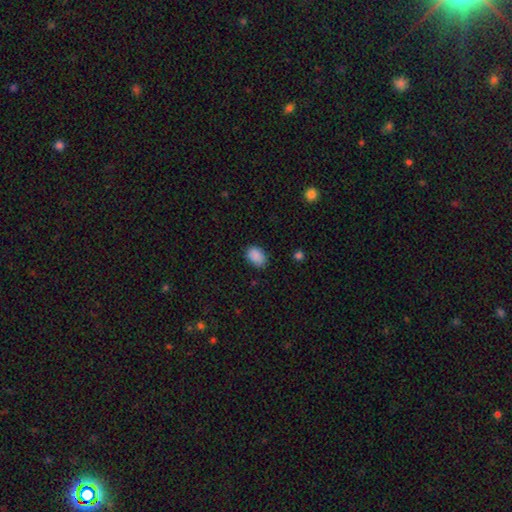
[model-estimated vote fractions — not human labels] Morphology: type=smooth (89%); roundness=in between (82%); merging=none (81%).